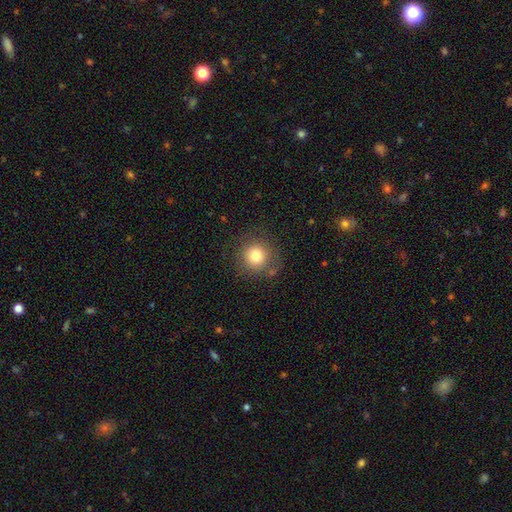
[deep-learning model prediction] The model was most divided on "smooth or featured": smooth: 79%, star or artifact: 12%, featured or disk: 9%. More confident: how rounded — round (92%); merging — none (82%).